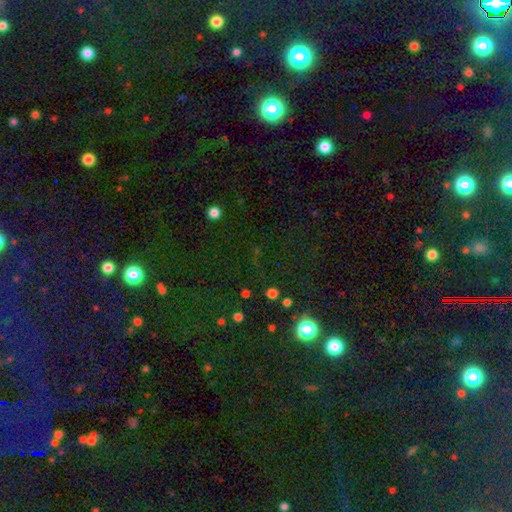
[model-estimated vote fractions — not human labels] The model was most divided on "smooth or featured": star or artifact: 70%, smooth: 21%, featured or disk: 9%.